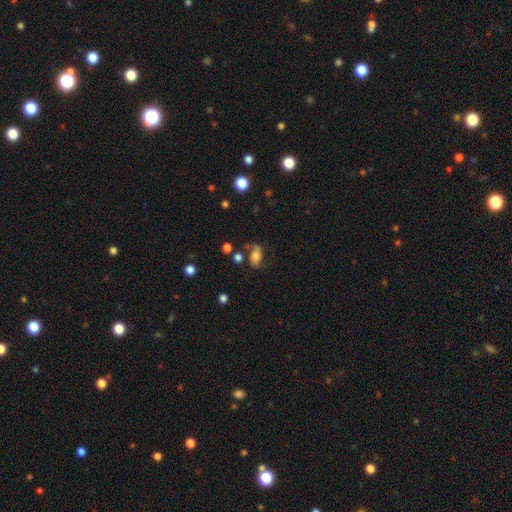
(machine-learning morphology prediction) A featured or disk galaxy (44%, tied with smooth).

Vote fractions:
- Smooth or featured? featured or disk: 44% (tied) / smooth: 44% (tied) / star or artifact: 12%
- Merging? none: 54% / minor disturbance: 23% / major disturbance: 17% / merger: 7%